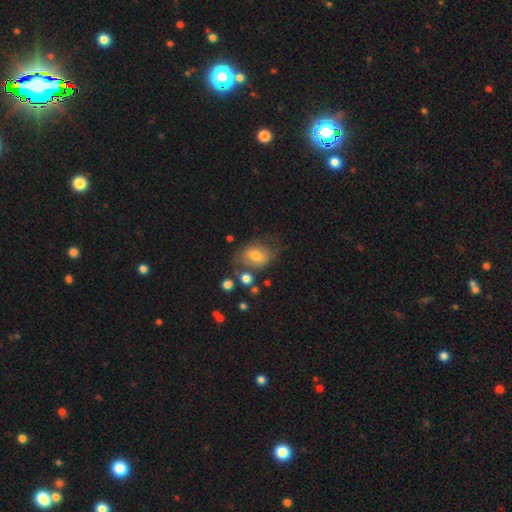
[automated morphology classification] Q: Smooth or featured?
A: smooth (54%); runner-up: featured or disk (37%)
Q: How rounded?
A: in between (63%); runner-up: round (36%)
Q: Merging?
A: none (50%); runner-up: minor disturbance (25%)